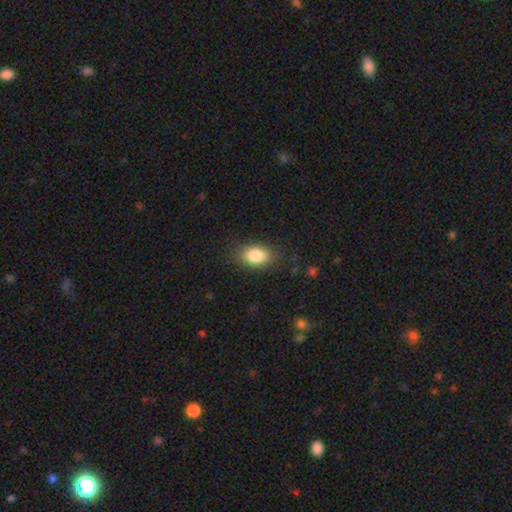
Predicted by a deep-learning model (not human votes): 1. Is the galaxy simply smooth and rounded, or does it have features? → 84% smooth, 8% featured or disk, 8% star or artifact.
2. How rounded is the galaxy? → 85% in between, 12% round, 2% cigar-shaped.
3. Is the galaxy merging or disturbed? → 82% none, 13% minor disturbance, 4% major disturbance, 1% merger.